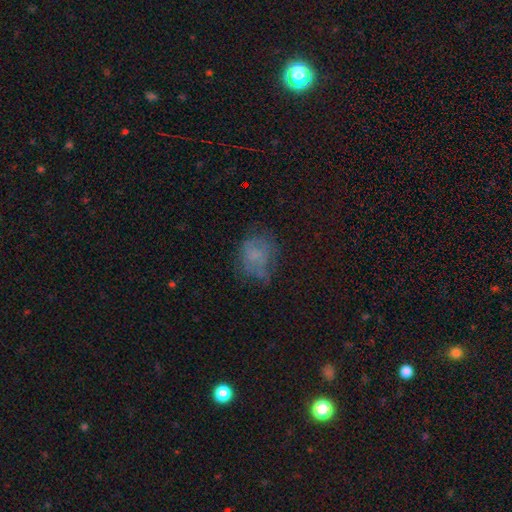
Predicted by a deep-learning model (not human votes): Smooth or featured?
  - smooth: 54% *
  - featured or disk: 29%
  - star or artifact: 18%
How rounded?
  - round: 52% *
  - in between: 47%
  - cigar-shaped: 1%
Merging?
  - none: 52% *
  - minor disturbance: 26%
  - major disturbance: 20%
  - merger: 3%